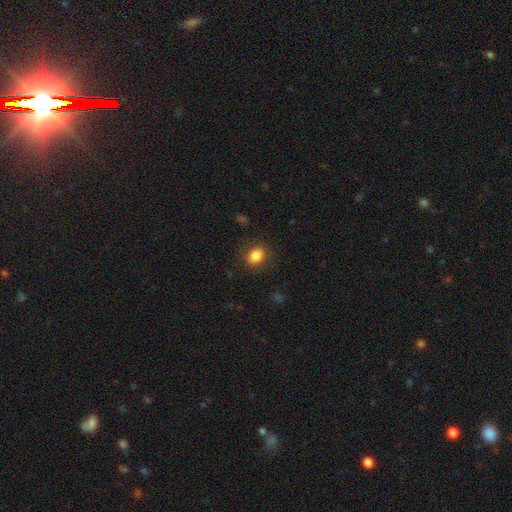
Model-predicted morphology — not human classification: Smooth or featured? Predicted: smooth (p=0.86). How rounded? Predicted: in between (p=0.65). Merging? Predicted: none (p=0.84).